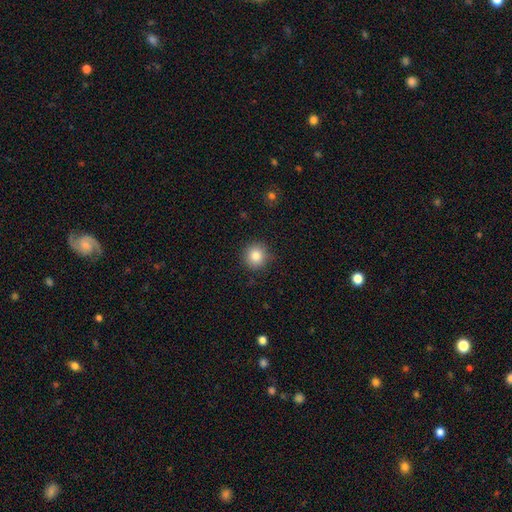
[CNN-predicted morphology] A smooth galaxy with no disk features (83%) that is round (94%).

Vote fractions:
- Smooth or featured? smooth: 83% / star or artifact: 10% / featured or disk: 6%
- How rounded? round: 94% / in between: 5% / cigar-shaped: 1%
- Merging? none: 89% / minor disturbance: 8% / major disturbance: 2% / merger: 1%